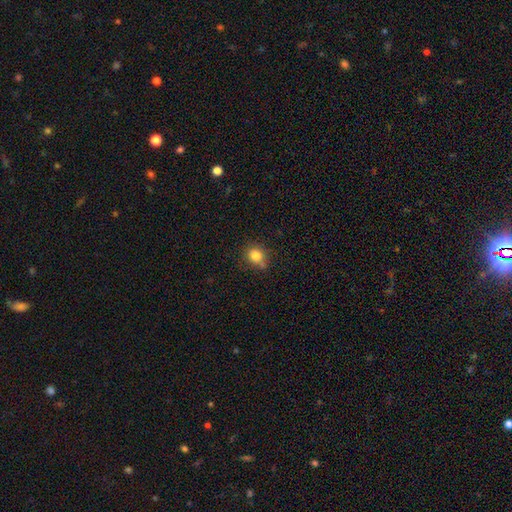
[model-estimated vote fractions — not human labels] smooth-or-featured: smooth: 82% | star or artifact: 11% | featured or disk: 7%
  how-rounded: round: 79% | in between: 20% | cigar-shaped: 1%
  merging: none: 70% | minor disturbance: 17% | merger: 10% | major disturbance: 4%